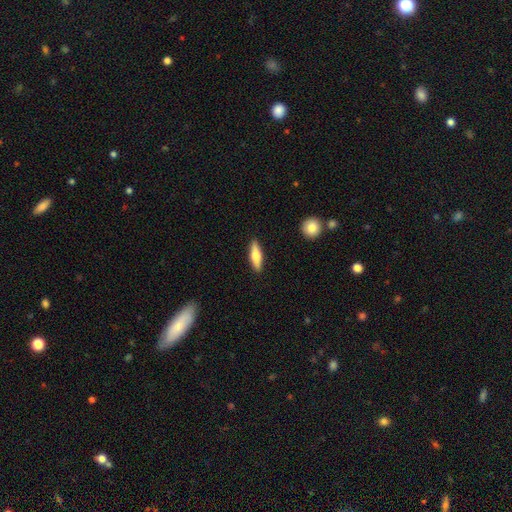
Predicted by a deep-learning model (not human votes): Overall: smooth (58%; featured or disk 37%). How rounded: cigar-shaped (59%; in between 39%). Merging: none (90%).